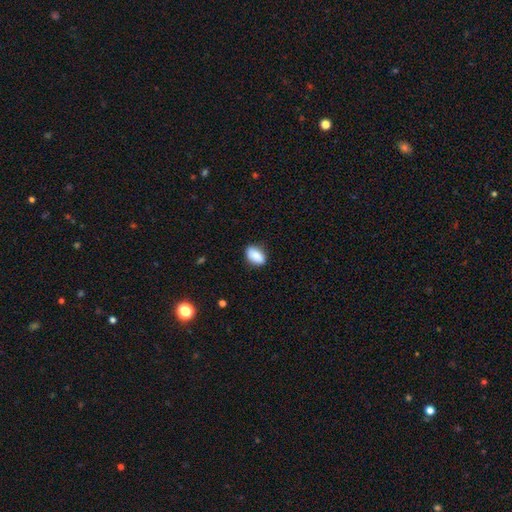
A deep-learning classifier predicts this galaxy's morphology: Smooth or featured: smooth — 86% (star or artifact — 7%)
How rounded: in between — 89% (round — 7%)
Merging: none — 83% (minor disturbance — 13%)